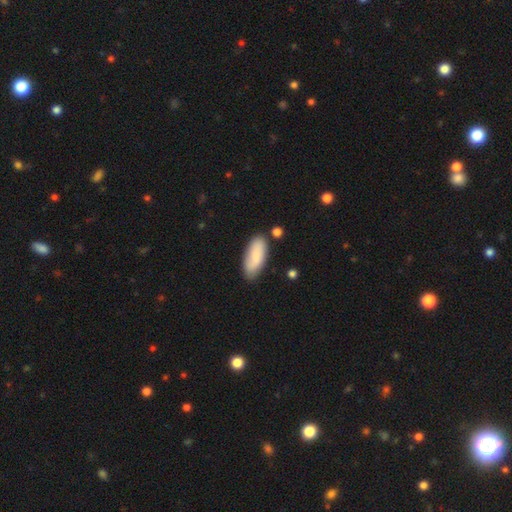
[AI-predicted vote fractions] The model was most divided on "merging": none: 76%, minor disturbance: 16%, merger: 5%, major disturbance: 3%. More confident: how rounded — in between (83%); smooth or featured — smooth (80%).